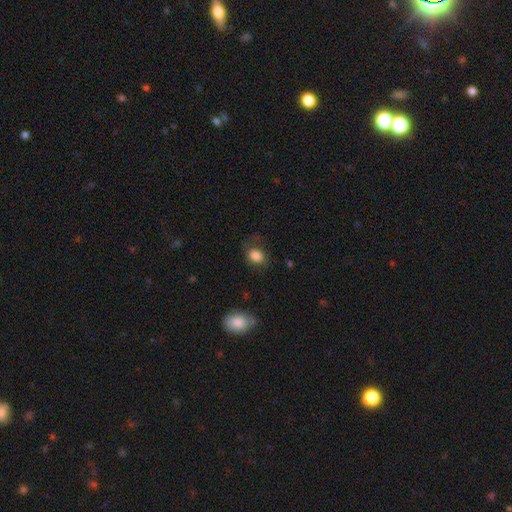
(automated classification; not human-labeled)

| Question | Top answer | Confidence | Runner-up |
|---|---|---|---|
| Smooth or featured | smooth | 82% | featured or disk (9%) |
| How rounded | in between | 56% | round (43%) |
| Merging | none | 62% | minor disturbance (22%) |